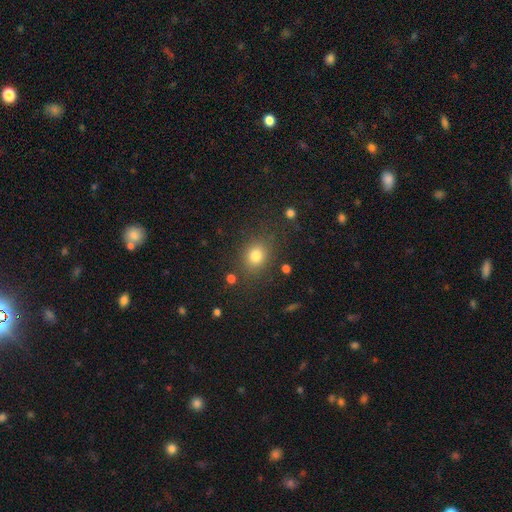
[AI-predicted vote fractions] This appears to be a smooth galaxy with no disk features (79%) that is round (58%). Merging: none (80%).